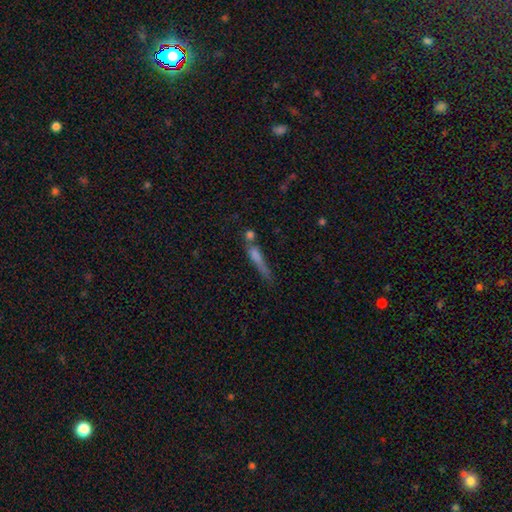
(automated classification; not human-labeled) Morphology: type=smooth (54%); roundness=cigar-shaped (86%); merging=none (44%).